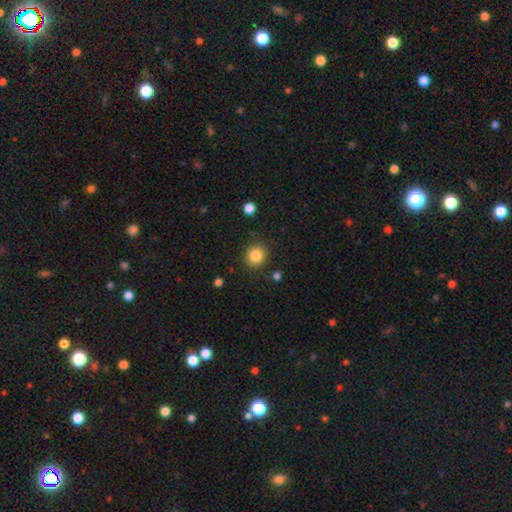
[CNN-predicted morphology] Q: Smooth or featured?
A: smooth (85%); runner-up: star or artifact (10%)
Q: How rounded?
A: round (87%); runner-up: in between (12%)
Q: Merging?
A: none (87%); runner-up: minor disturbance (8%)